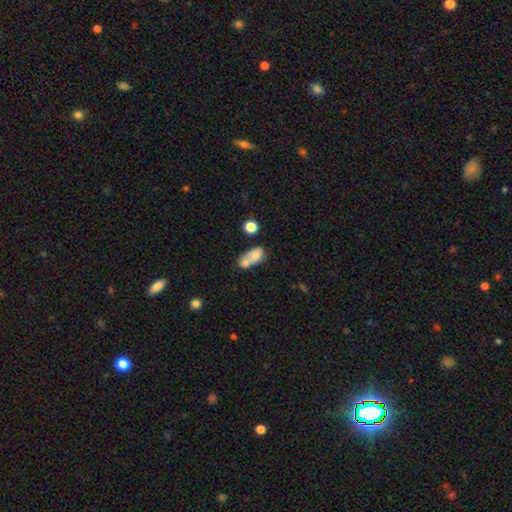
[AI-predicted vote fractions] smooth-or-featured: smooth: 65% | featured or disk: 25% | star or artifact: 10%
  how-rounded: in between: 74% | round: 21% | cigar-shaped: 5%
  merging: merger: 62% | none: 21% | minor disturbance: 10% | major disturbance: 7%